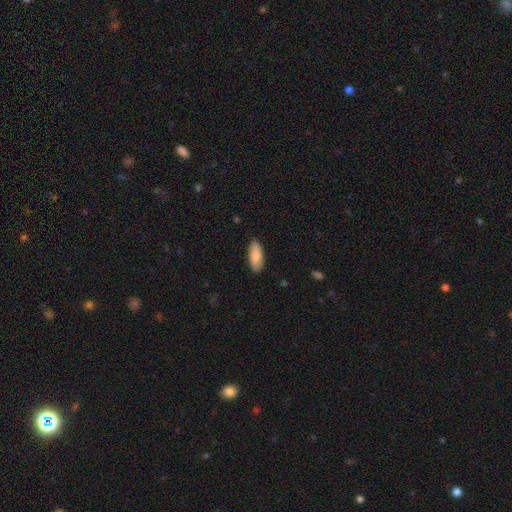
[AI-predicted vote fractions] Smooth or featured: smooth — 86% (featured or disk — 8%)
How rounded: in between — 78% (cigar-shaped — 21%)
Merging: none — 88% (minor disturbance — 9%)